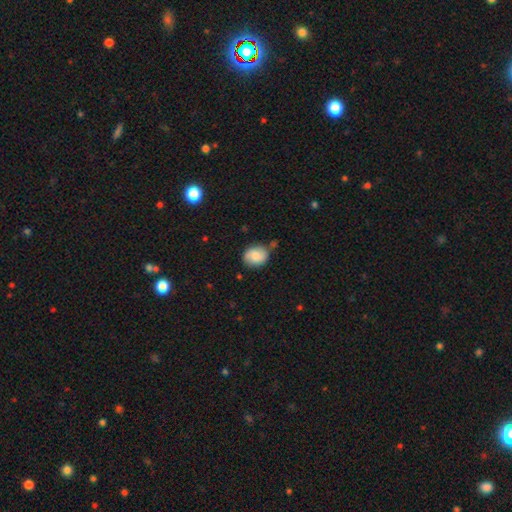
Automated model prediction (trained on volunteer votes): smooth 71%, featured or disk 21%, star or artifact 8%. Down the decision tree: how rounded — round (62%); merging — none (67%).